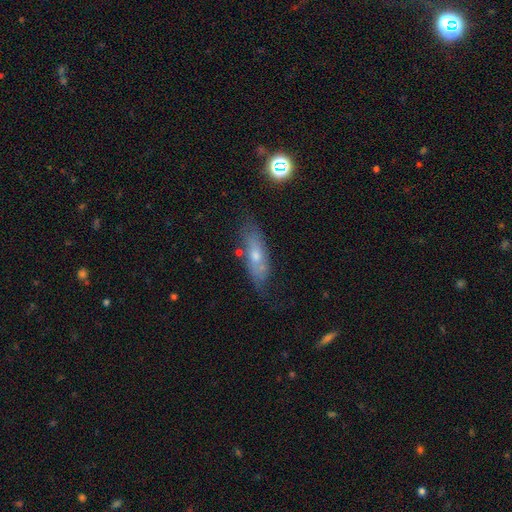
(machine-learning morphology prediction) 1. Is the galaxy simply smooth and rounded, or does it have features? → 45% smooth, 44% featured or disk, 11% star or artifact.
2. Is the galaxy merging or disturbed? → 67% none, 23% minor disturbance, 7% major disturbance, 4% merger.